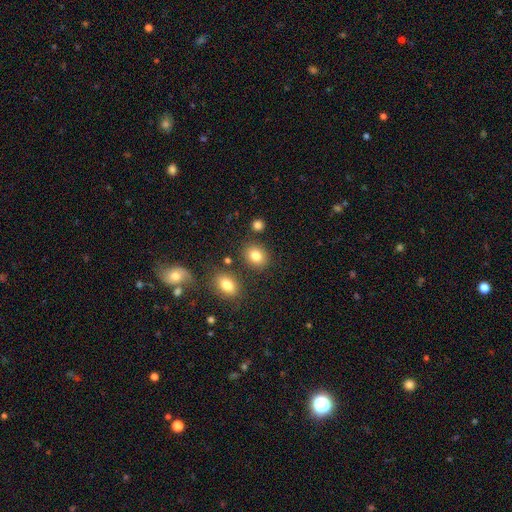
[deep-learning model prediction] Overall: smooth (82%). How rounded: round (57%; in between 42%). Merging: none (82%).